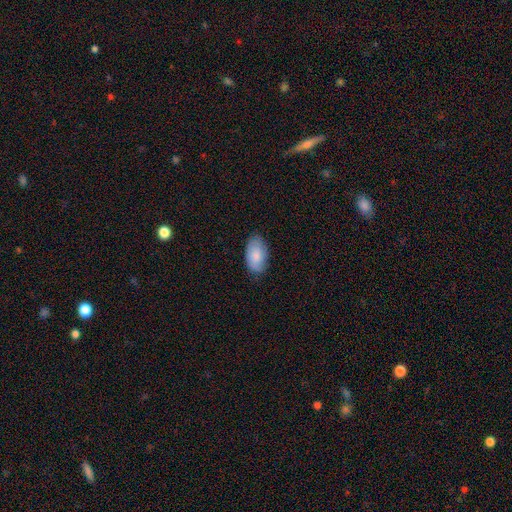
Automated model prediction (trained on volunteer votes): The model was most divided on "merging": none: 78%, minor disturbance: 18%, major disturbance: 3%, merger: 1%. More confident: how rounded — in between (95%); smooth or featured — smooth (83%).